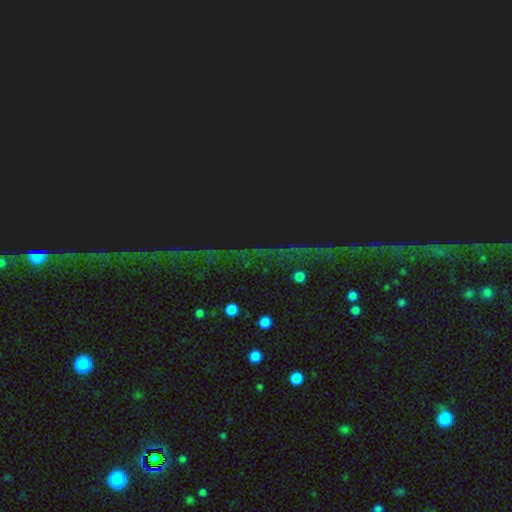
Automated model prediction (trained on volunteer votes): Smooth or featured?
  - star or artifact: 86% *
  - featured or disk: 8%
  - smooth: 7%